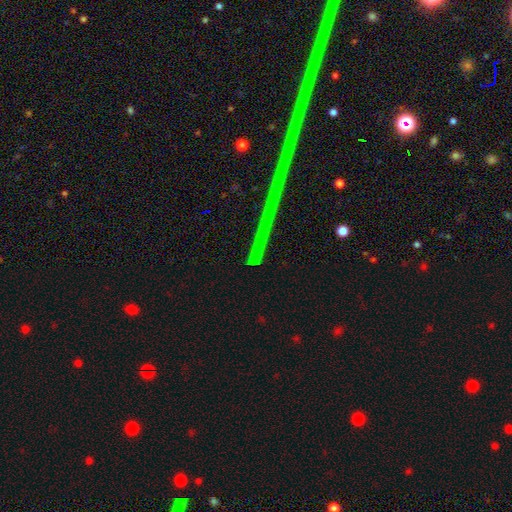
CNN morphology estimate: Smooth or featured?
  - star or artifact: 76% *
  - featured or disk: 14%
  - smooth: 10%